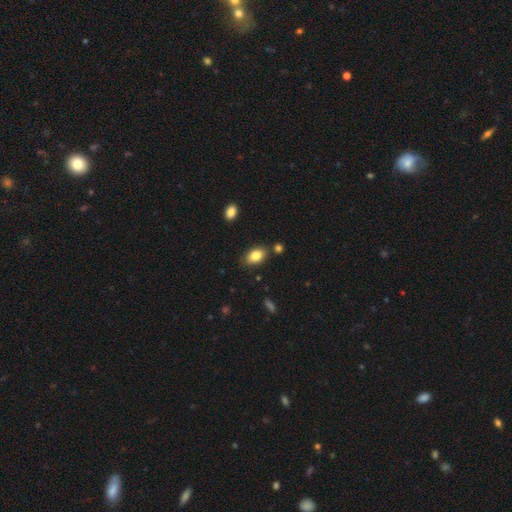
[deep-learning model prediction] Smooth or featured: smooth — 85% (star or artifact — 8%)
How rounded: in between — 89% (round — 9%)
Merging: none — 81% (minor disturbance — 11%)